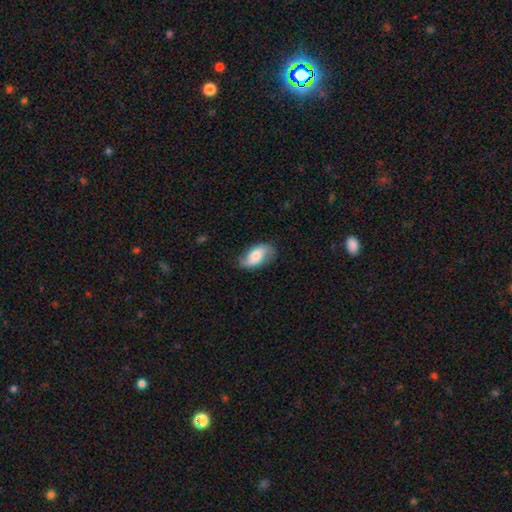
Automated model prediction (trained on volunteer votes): Smooth or featured? smooth (55%)
How rounded? in between (92%)
Merging? none (75%)